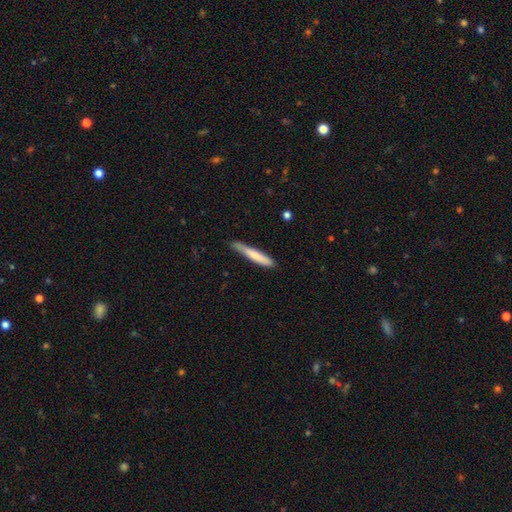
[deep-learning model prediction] Morphology: type=smooth (73%); roundness=cigar-shaped (93%); merging=none (70%).